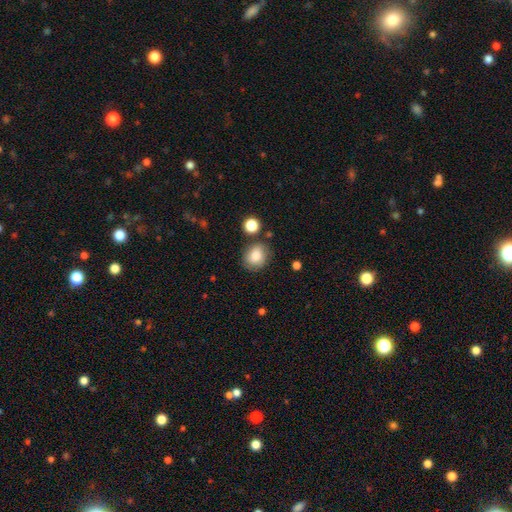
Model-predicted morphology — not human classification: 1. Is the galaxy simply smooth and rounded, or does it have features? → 81% smooth, 10% featured or disk, 9% star or artifact.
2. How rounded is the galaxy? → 59% round, 40% in between, 1% cigar-shaped.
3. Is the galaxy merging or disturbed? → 75% none, 16% minor disturbance, 5% merger, 4% major disturbance.